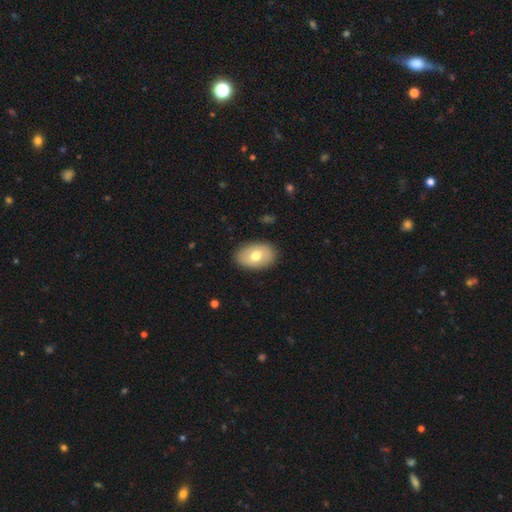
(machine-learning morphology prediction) A smooth galaxy with no disk features (70%) that is in between round and cigar-shaped (87%).

Vote fractions:
- Smooth or featured? smooth: 70% / featured or disk: 23% / star or artifact: 7%
- How rounded? in between: 87% / round: 12% / cigar-shaped: 1%
- Merging? none: 87% / minor disturbance: 9% / major disturbance: 2% / merger: 1%